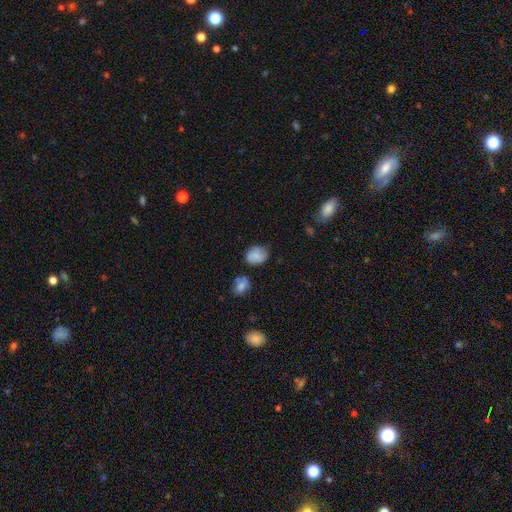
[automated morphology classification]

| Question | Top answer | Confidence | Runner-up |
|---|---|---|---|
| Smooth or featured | smooth | 68% | featured or disk (23%) |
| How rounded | in between | 51% | round (48%) |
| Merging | none | 60% | minor disturbance (28%) |